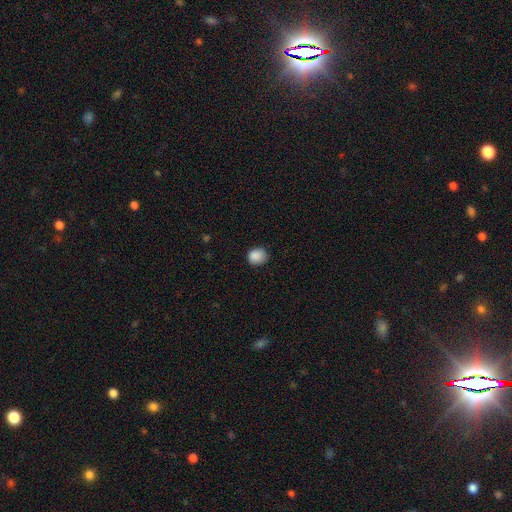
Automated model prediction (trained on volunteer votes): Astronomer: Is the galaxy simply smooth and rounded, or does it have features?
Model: smooth — 88%.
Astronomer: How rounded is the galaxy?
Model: round — 75%.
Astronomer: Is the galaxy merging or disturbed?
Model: none — 76%.